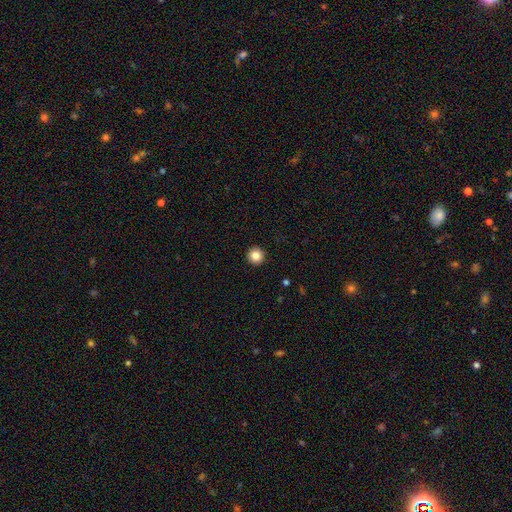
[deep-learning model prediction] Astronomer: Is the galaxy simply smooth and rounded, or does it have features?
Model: smooth — 84%.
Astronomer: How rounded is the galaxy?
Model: round — 96%.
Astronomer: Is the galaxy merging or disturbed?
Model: none — 94%.